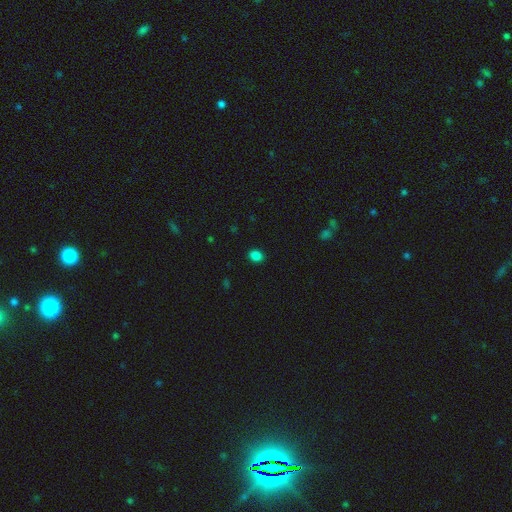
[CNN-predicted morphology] type=smooth (84%); roundness=in between (57%); merging=none (90%).